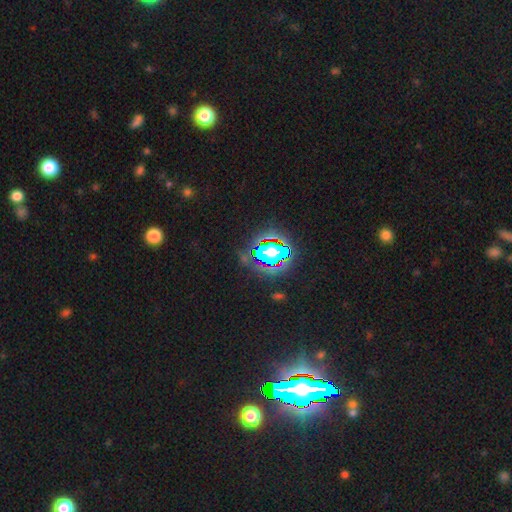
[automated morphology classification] Smooth or featured? star or artifact (82%)